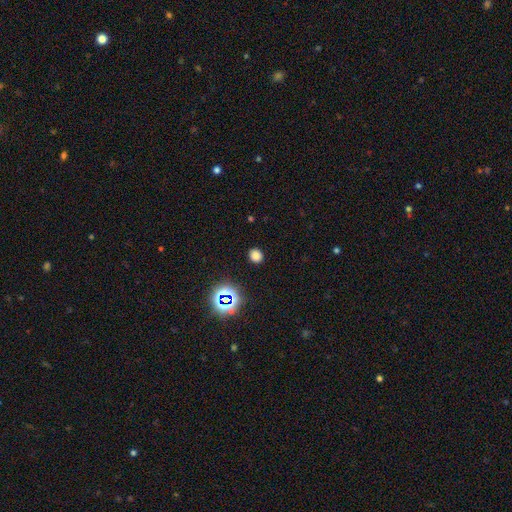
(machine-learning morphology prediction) This appears to be a smooth galaxy with no disk features (74%) that is round (70%). Merging: none (89%).